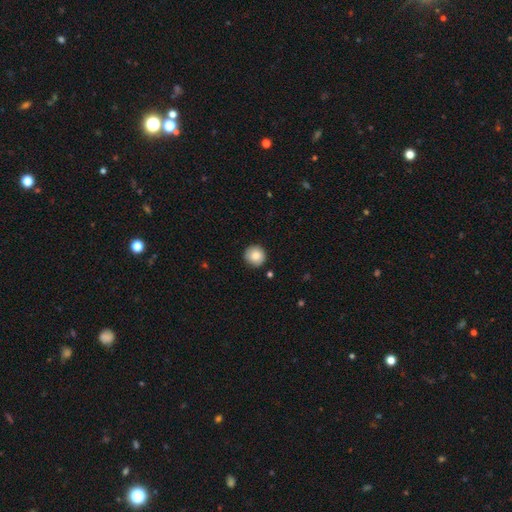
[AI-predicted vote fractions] Overall: smooth (85%). How rounded: round (95%). Merging: none (90%).